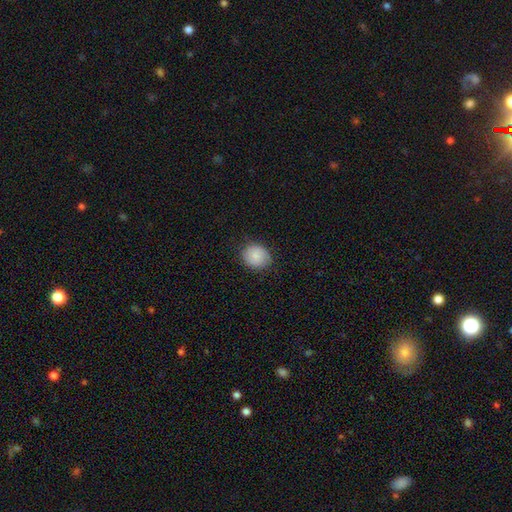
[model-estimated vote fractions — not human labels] smooth-or-featured: smooth: 86% | star or artifact: 7% | featured or disk: 6%
  how-rounded: round: 68% | in between: 31% | cigar-shaped: 1%
  merging: none: 83% | minor disturbance: 13% | major disturbance: 3% | merger: 1%